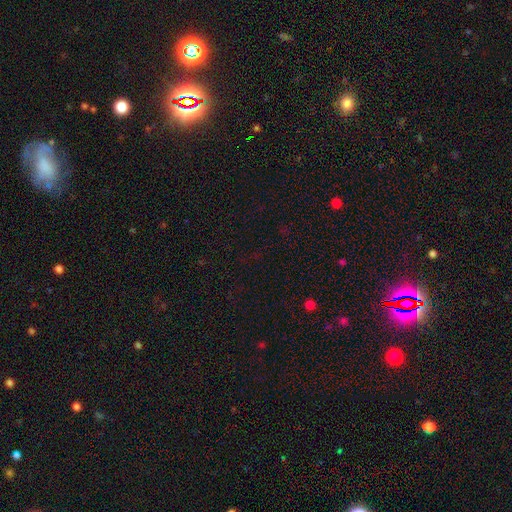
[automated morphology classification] star or artifact 70%, smooth 23%, featured or disk 7%.